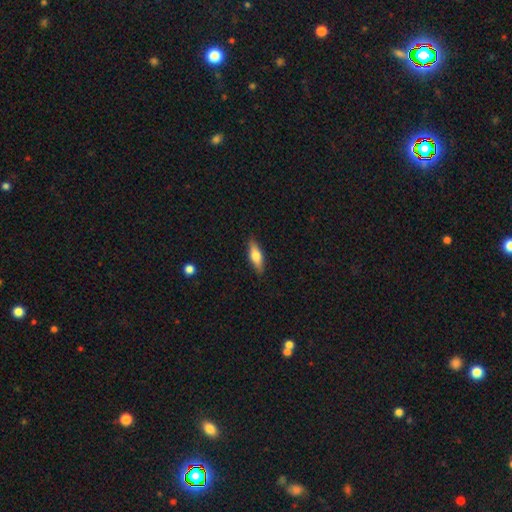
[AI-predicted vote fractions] smooth_or_featured: smooth (p=0.65) [alt: featured or disk p=0.28]
how_rounded: in between (p=0.55) [alt: cigar-shaped p=0.42]
merging: none (p=0.87) [alt: minor disturbance p=0.10]